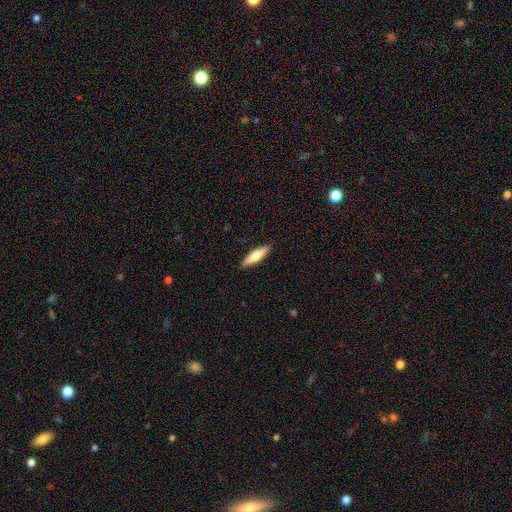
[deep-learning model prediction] Smooth or featured?
  - smooth: 56% *
  - featured or disk: 39%
  - star or artifact: 6%
How rounded?
  - cigar-shaped: 74% *
  - in between: 25%
  - round: 2%
Merging?
  - none: 90% *
  - minor disturbance: 7%
  - major disturbance: 2%
  - merger: 1%